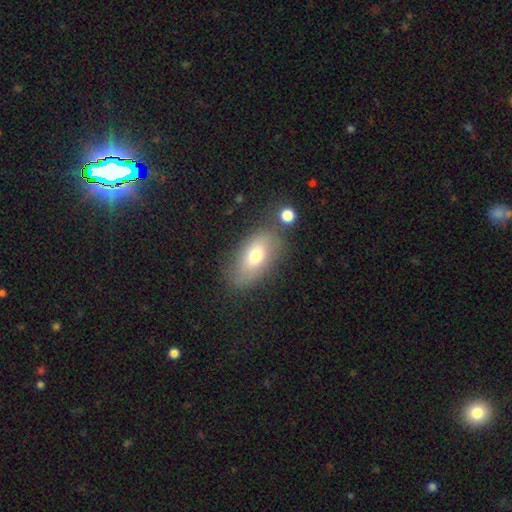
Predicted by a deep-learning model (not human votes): Smooth or featured?
  - smooth: 69% *
  - featured or disk: 22%
  - star or artifact: 9%
How rounded?
  - in between: 89% *
  - round: 7%
  - cigar-shaped: 4%
Merging?
  - none: 70% *
  - minor disturbance: 18%
  - merger: 6%
  - major disturbance: 6%